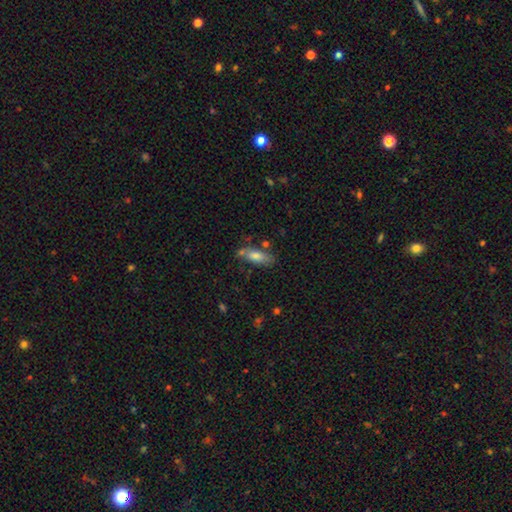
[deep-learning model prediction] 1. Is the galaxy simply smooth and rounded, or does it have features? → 75% smooth, 18% featured or disk, 8% star or artifact.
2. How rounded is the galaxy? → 66% in between, 32% cigar-shaped, 2% round.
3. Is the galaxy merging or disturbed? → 65% none, 19% minor disturbance, 10% merger, 5% major disturbance.